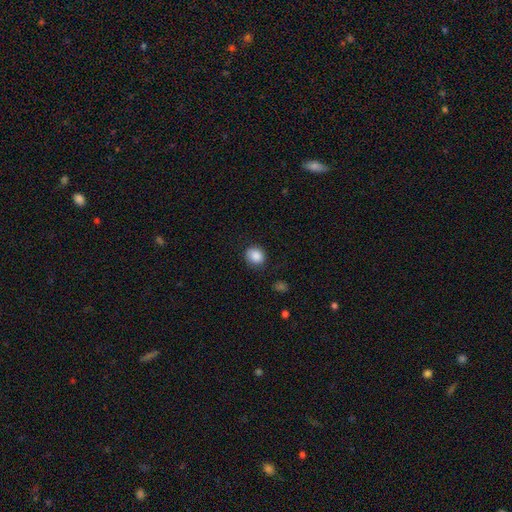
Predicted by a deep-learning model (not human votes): This is clearly a smooth galaxy (87%). How rounded: likely round (73%). Merging: likely none (79%).